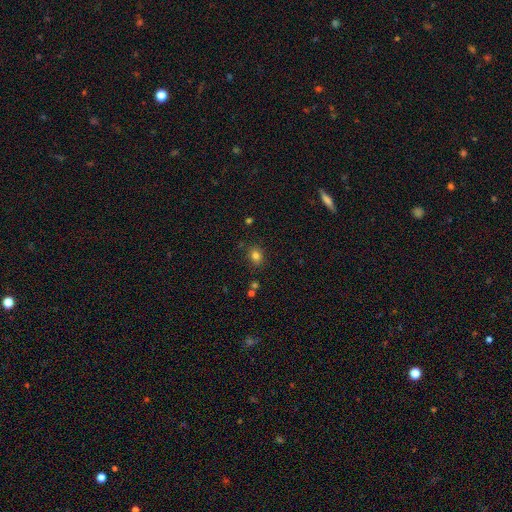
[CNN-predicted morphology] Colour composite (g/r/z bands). It shows a smooth galaxy with no disk features (80%) that is in between round and cigar-shaped (53%). Merging: none (82%).